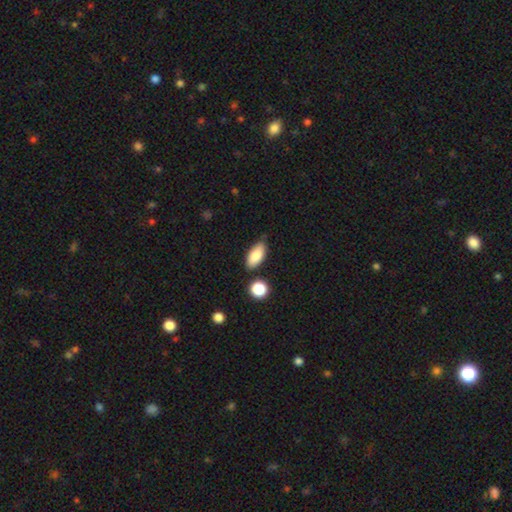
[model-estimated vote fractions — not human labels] Smooth or featured? Predicted: smooth (p=0.86). How rounded? Predicted: in between (p=0.88). Merging? Predicted: none (p=0.75).